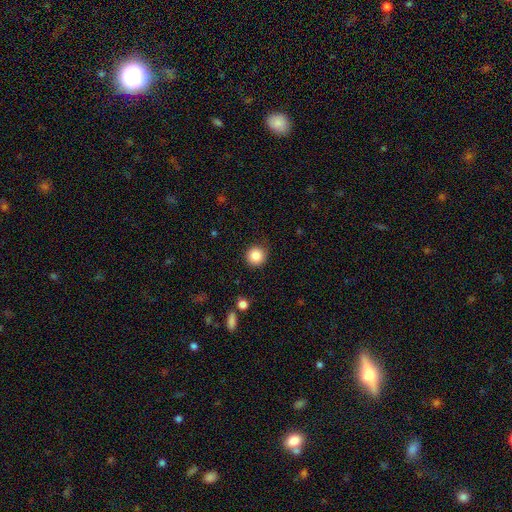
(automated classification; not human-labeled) This appears to be a smooth galaxy with no disk features (85%) that is round (94%). Merging: none (89%).